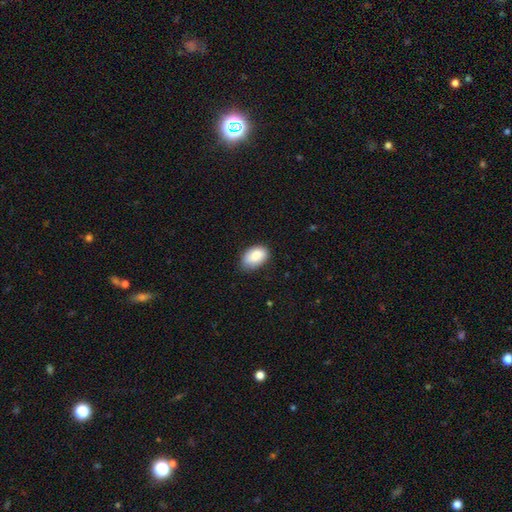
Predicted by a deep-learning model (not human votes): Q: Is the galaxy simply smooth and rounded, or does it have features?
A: smooth — 87%.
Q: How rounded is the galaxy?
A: in between — 91%.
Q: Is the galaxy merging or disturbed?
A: none — 75%.